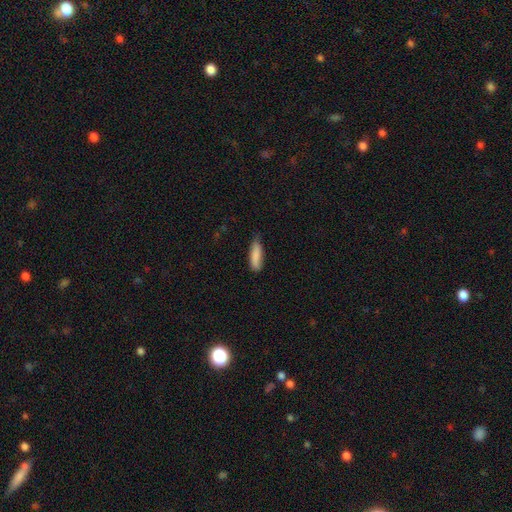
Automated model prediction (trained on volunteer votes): The model was most divided on "how rounded": cigar-shaped: 59%, in between: 40%, round: 2%. More confident: smooth or featured — smooth (85%); merging — none (63%).